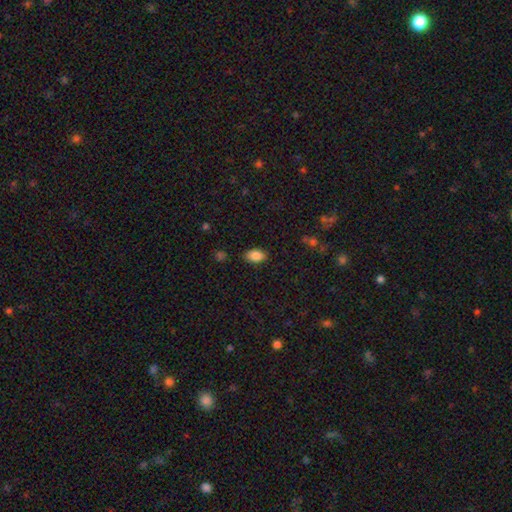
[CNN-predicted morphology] This appears to be a smooth galaxy with no disk features (86%) that is in between round and cigar-shaped (91%). Merging: none (86%).